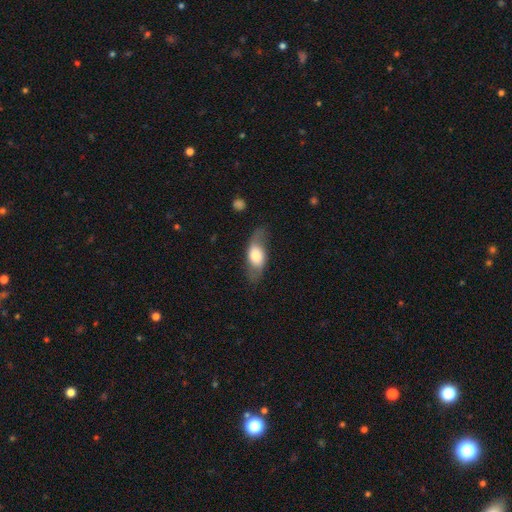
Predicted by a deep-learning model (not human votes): Smooth or featured?
  - smooth: 56% *
  - featured or disk: 37%
  - star or artifact: 7%
How rounded?
  - in between: 79% *
  - cigar-shaped: 11%
  - round: 9%
Merging?
  - none: 64% *
  - minor disturbance: 22%
  - major disturbance: 12%
  - merger: 2%